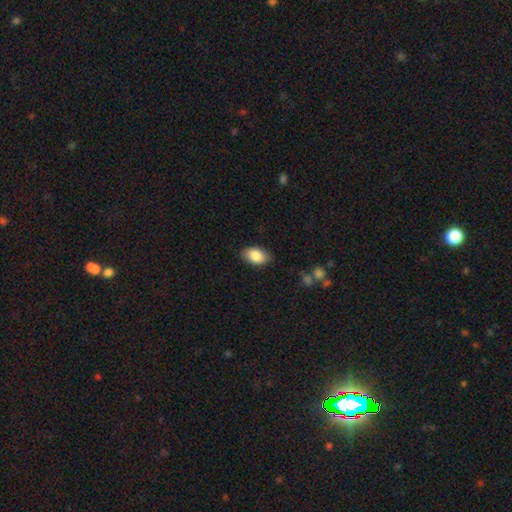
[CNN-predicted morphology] smooth 85%, featured or disk 8%, star or artifact 7%. Down the decision tree: how rounded — in between (91%); merging — none (85%).